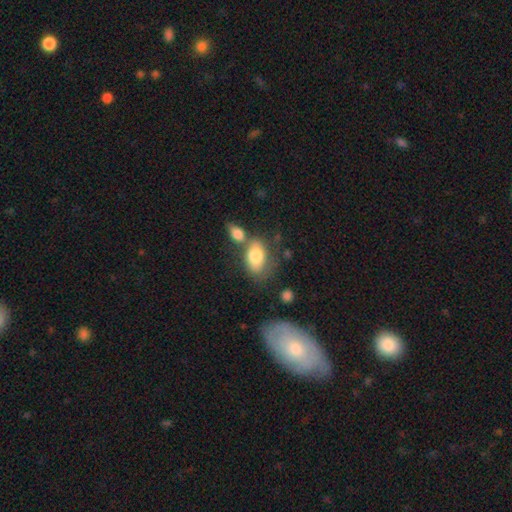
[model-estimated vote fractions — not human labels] smooth_or_featured: smooth (p=0.79) [alt: featured or disk p=0.15]
how_rounded: in between (p=0.90) [alt: round p=0.08]
merging: none (p=0.39) [alt: merger p=0.35]